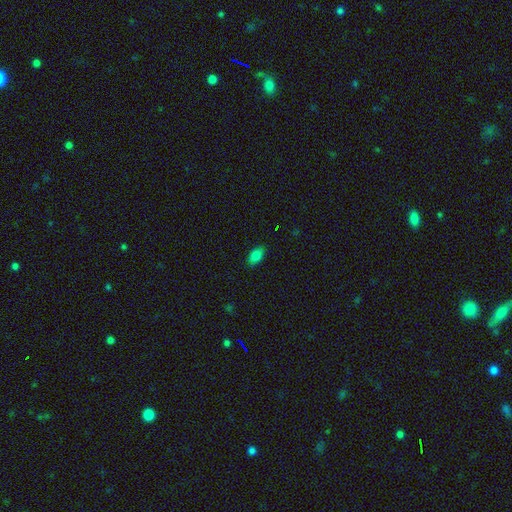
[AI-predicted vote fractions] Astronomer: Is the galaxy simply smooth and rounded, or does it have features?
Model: smooth — 83%.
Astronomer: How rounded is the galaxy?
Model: in between — 90%.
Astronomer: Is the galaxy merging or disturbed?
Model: none — 87%.